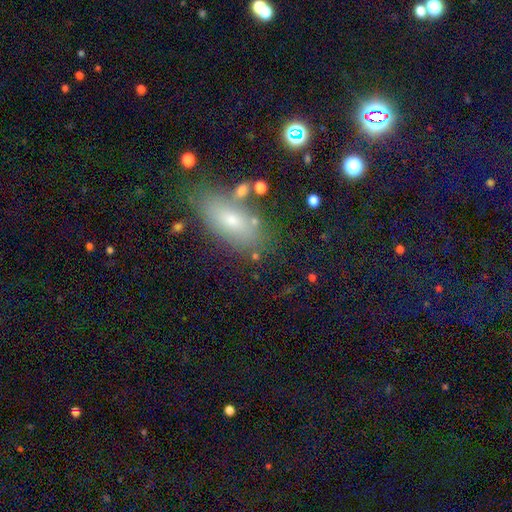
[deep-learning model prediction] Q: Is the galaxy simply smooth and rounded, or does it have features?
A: smooth — 65%.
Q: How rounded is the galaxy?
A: in between — 78%.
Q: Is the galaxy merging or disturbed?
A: none — 73%.